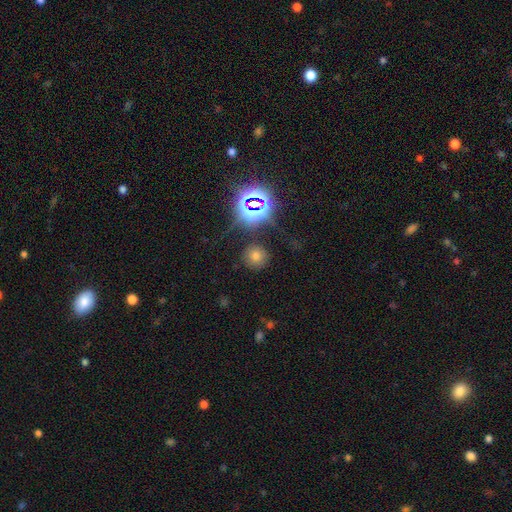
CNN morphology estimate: Smooth or featured: smooth — 61% (star or artifact — 29%)
How rounded: round — 92% (in between — 7%)
Merging: none — 84% (minor disturbance — 9%)